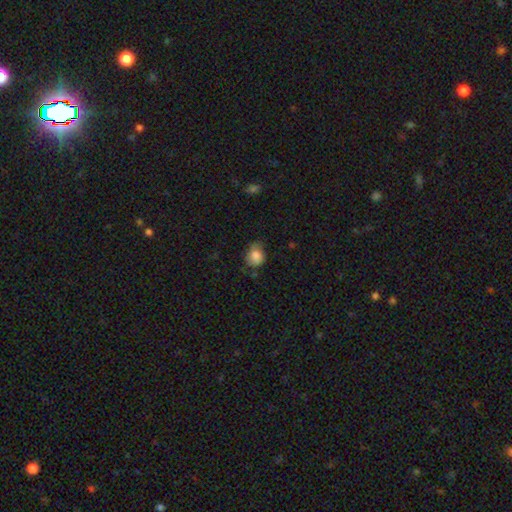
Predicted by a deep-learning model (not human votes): Smooth or featured? Predicted: smooth (p=0.82). How rounded? Predicted: round (p=0.60). Merging? Predicted: none (p=0.51).